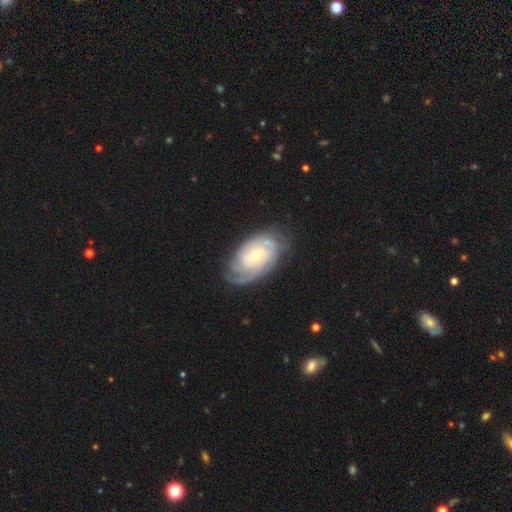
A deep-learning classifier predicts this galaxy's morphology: type=featured or disk (82%); edge-on=no (96%); bar=no (74%); spiral arms=yes (94%); winding=tight (70%); arm count=can't tell (37%); bulge=small (61%); merging=none (72%).